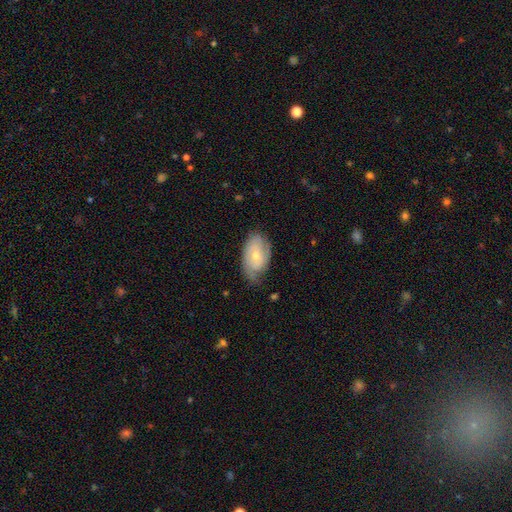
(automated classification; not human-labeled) Smooth or featured? Predicted: featured or disk (p=0.53). Edge-on disk? Predicted: no (p=0.93). Merging? Predicted: none (p=0.60).